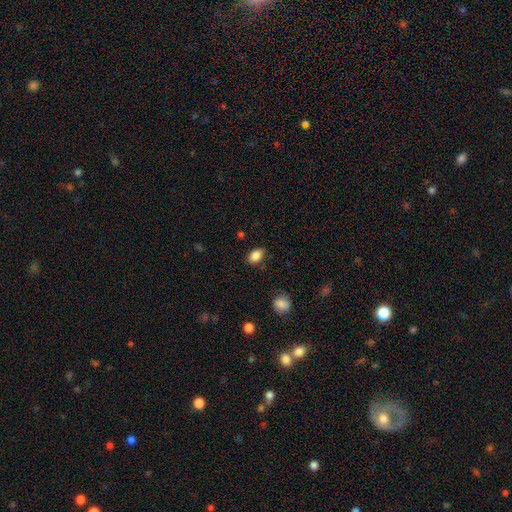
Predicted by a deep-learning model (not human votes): The model was most divided on "how rounded": in between: 85%, round: 13%, cigar-shaped: 1%. More confident: smooth or featured — smooth (86%); merging — none (85%).